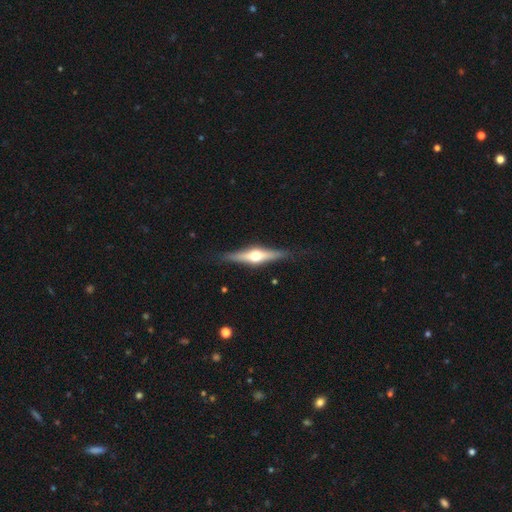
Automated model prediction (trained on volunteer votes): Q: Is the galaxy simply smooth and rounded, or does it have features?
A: featured or disk — 73%.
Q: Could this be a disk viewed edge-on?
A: yes — 97%.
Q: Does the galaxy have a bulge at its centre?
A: rounded — 95%.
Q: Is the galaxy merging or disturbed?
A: none — 88%.